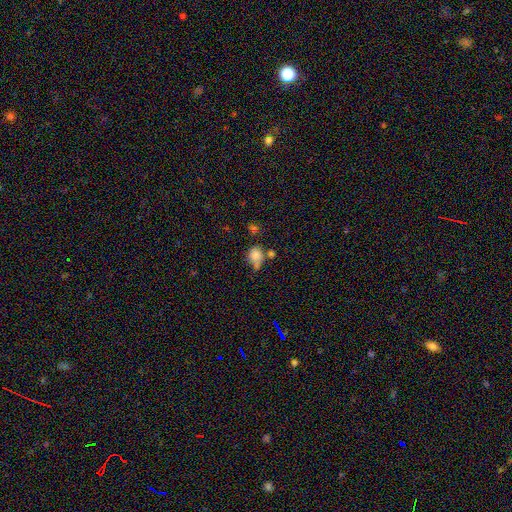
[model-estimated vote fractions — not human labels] smooth-or-featured: smooth: 75% | featured or disk: 13% | star or artifact: 12%
  how-rounded: round: 60% | in between: 39% | cigar-shaped: 2%
  merging: none: 39% | minor disturbance: 27% | merger: 21% | major disturbance: 13%